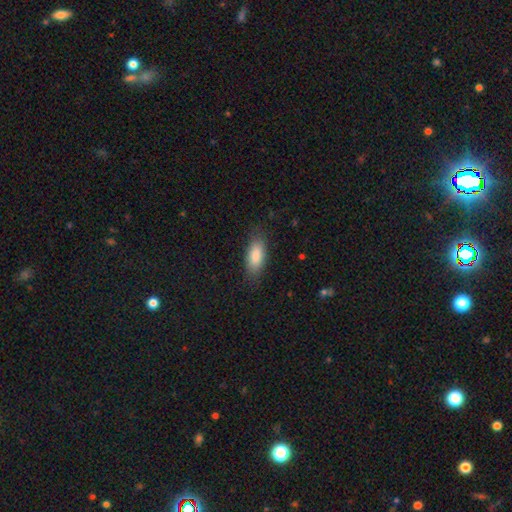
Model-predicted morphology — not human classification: This is clearly a smooth galaxy (86%). How rounded: clearly in between (82%). Merging: clearly none (82%).